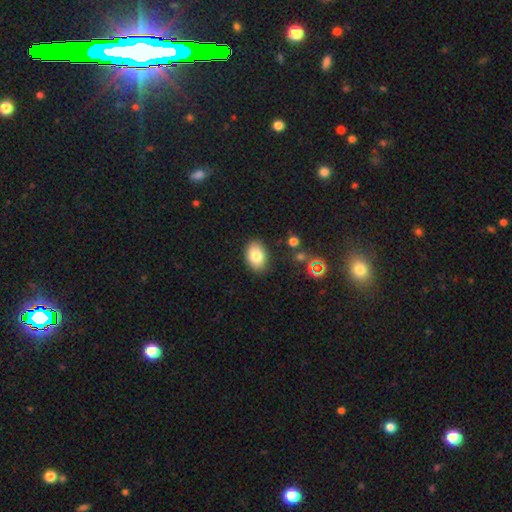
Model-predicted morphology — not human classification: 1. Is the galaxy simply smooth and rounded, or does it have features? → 80% smooth, 10% star or artifact, 10% featured or disk.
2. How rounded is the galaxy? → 81% in between, 18% round, 1% cigar-shaped.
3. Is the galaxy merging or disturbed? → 86% none, 10% minor disturbance, 2% major disturbance, 2% merger.